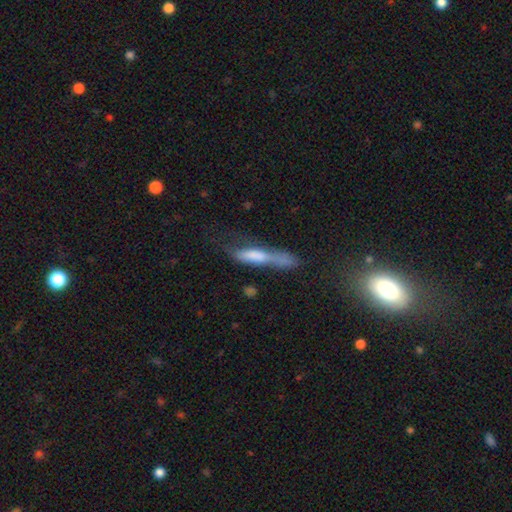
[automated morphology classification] Q: Smooth or featured?
A: smooth (61%); runner-up: featured or disk (30%)
Q: How rounded?
A: cigar-shaped (76%); runner-up: in between (21%)
Q: Merging?
A: major disturbance (32%); runner-up: none (29%)